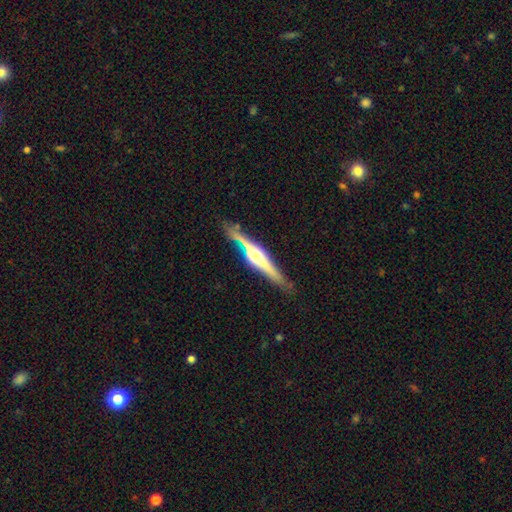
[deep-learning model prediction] A featured or disk galaxy (78%) viewed edge-on (97%) with a rounded central bulge (90%). Merging: none (79%).